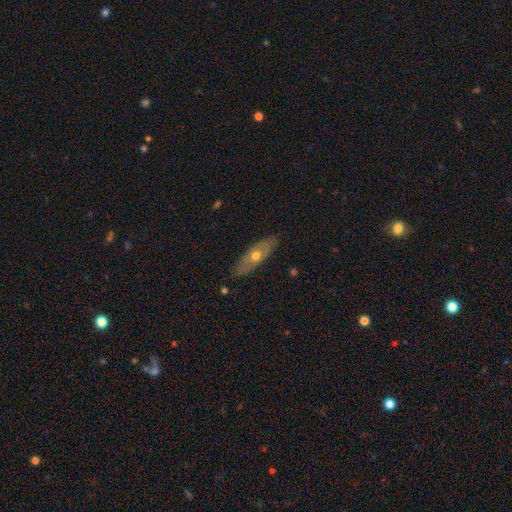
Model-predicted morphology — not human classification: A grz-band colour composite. It shows a featured or disk galaxy (51%). Merging: none (86%).